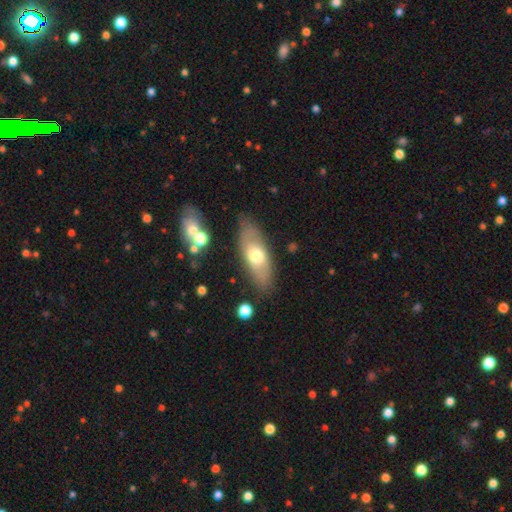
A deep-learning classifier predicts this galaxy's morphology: This is possibly a smooth galaxy (58%). How rounded: likely in between (74%). Merging: clearly none (80%).